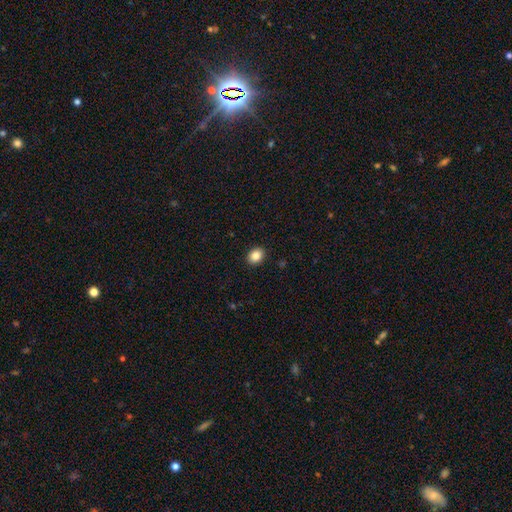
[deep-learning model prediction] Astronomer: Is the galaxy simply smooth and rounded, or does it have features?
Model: smooth — 86%.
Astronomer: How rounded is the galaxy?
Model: in between — 52% (runner-up: round, 47%).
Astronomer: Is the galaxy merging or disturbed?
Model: none — 91%.